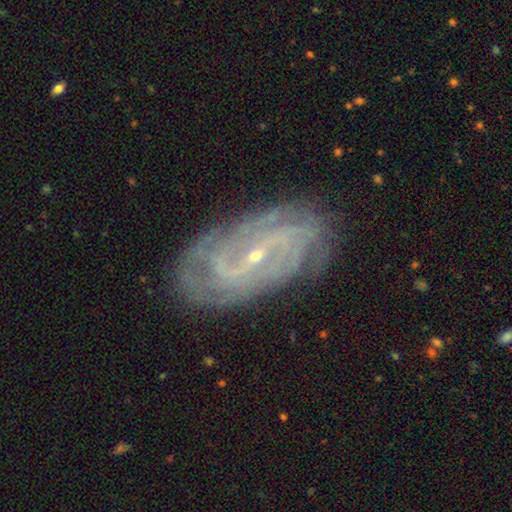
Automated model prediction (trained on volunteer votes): Overall: featured or disk (86%). Edge-on disk: no (94%). Bar: weak (43%; strong 31%). Spiral arms: yes (96%). Spiral arm count: can't tell (30%; 2 24%). Spiral winding: tight (62%; medium 29%). Bulge size: small (83%). Merging: none (81%).